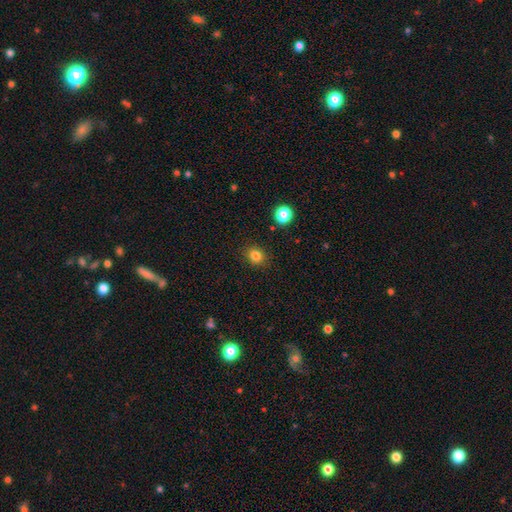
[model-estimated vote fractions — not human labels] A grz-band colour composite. It shows a smooth galaxy with no disk features (82%) that is round (70%). Merging: none (88%).